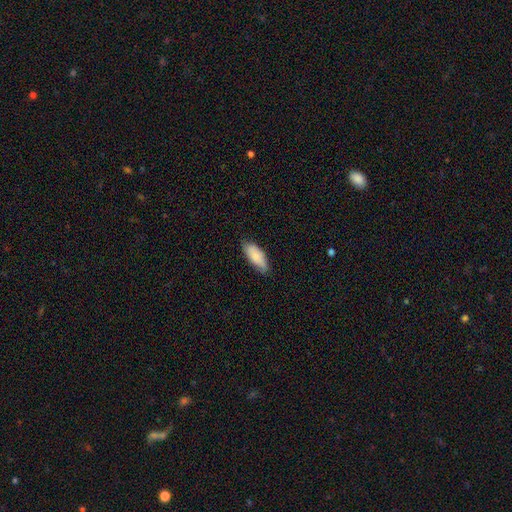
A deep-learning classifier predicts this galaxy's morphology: This is clearly a smooth galaxy (85%). How rounded: likely in between (79%). Merging: likely none (76%).